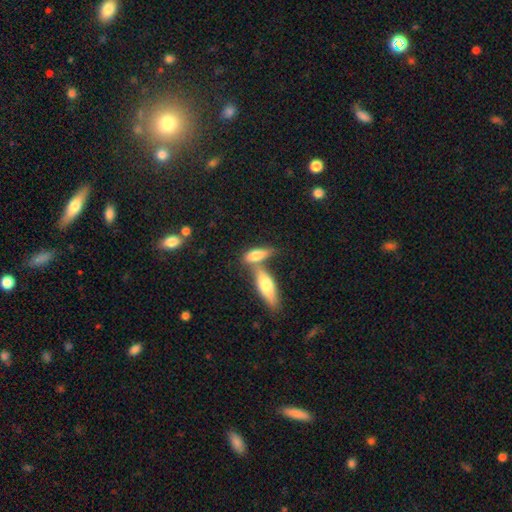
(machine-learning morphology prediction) Q: Smooth or featured?
A: smooth (72%); runner-up: featured or disk (21%)
Q: How rounded?
A: in between (63%); runner-up: cigar-shaped (33%)
Q: Merging?
A: merger (50%); runner-up: none (36%)